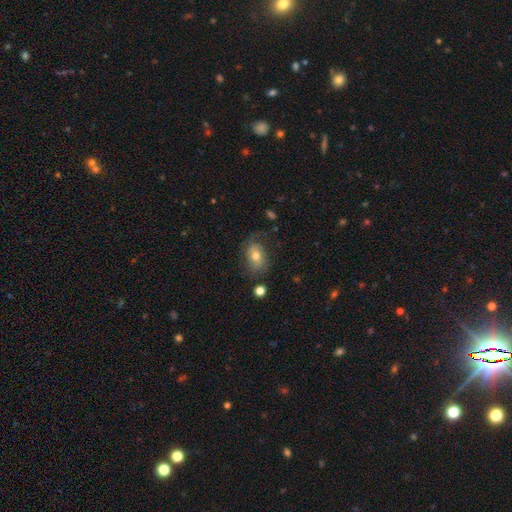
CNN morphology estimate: Overall: smooth (50%; featured or disk 41%). How rounded: in between (71%). Merging: none (58%; minor disturbance 24%).